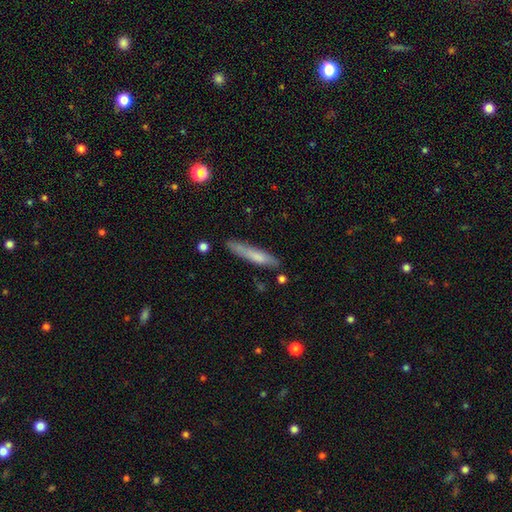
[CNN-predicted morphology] type=smooth (66%); roundness=cigar-shaped (91%); merging=none (73%).